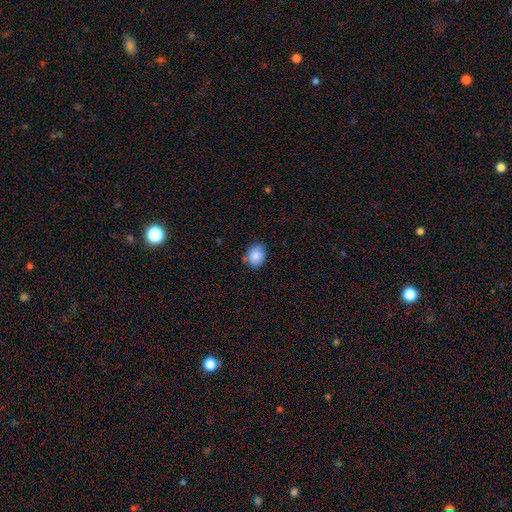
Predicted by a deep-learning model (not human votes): A smooth galaxy with no disk features (87%) that is in between round and cigar-shaped (58%).

Vote fractions:
- Smooth or featured? smooth: 87% / star or artifact: 8% / featured or disk: 5%
- How rounded? in between: 58% / round: 41% / cigar-shaped: 1%
- Merging? none: 77% / minor disturbance: 17% / major disturbance: 3% / merger: 3%